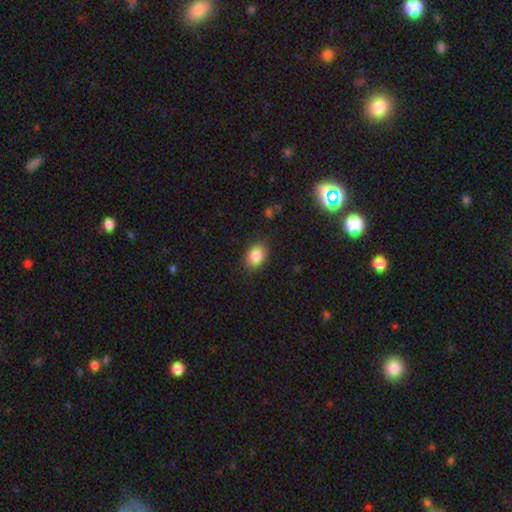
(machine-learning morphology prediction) This appears to be a smooth galaxy with no disk features (85%) that is in between round and cigar-shaped (66%). Merging: none (85%).